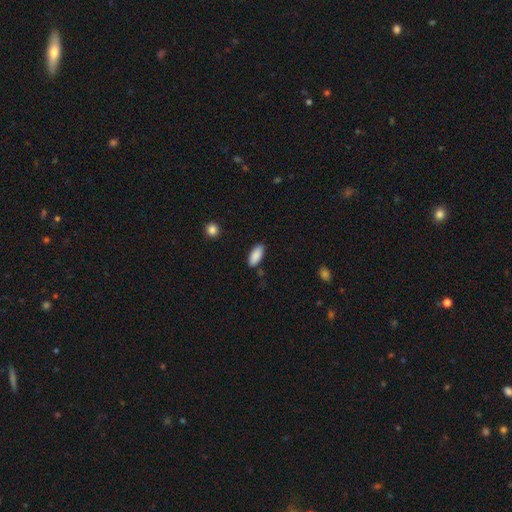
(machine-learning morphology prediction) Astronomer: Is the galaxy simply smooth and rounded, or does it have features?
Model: smooth — 89%.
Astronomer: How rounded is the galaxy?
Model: in between — 87%.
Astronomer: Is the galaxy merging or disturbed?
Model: none — 85%.